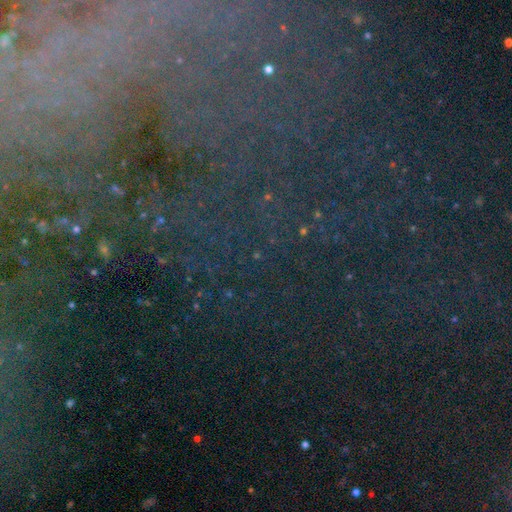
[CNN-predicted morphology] This is likely a star or artifact rather than a galaxy (76%).